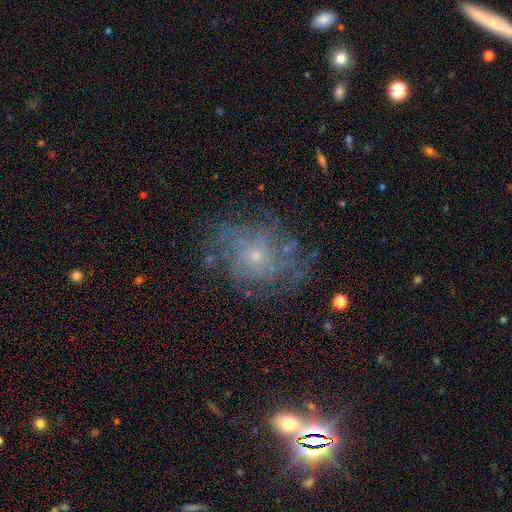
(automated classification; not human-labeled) Overall: featured or disk (70%). Edge-on disk: no (97%). Bar: no (83%). Spiral arms: yes (87%). Spiral arm count: can't tell (46%; 4 16%). Spiral winding: tight (54%; medium 33%). Bulge size: small (71%). Merging: none (71%).